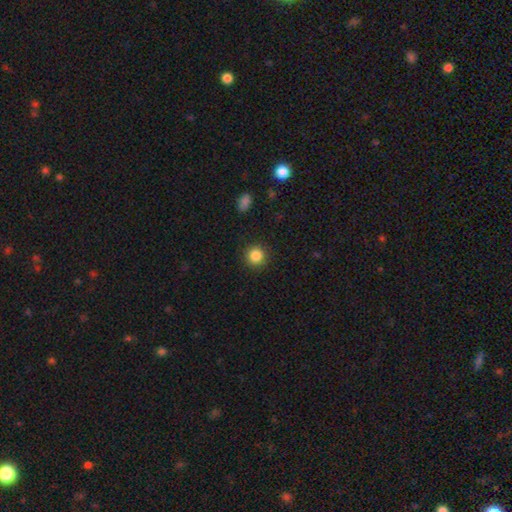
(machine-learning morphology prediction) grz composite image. It shows a smooth galaxy with no disk features (85%) that is round (94%). Merging: none (91%).